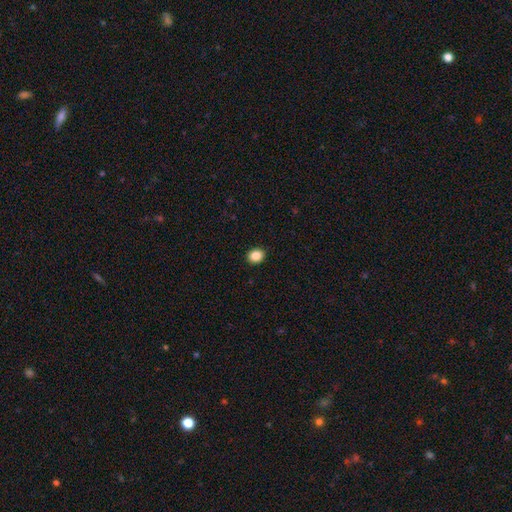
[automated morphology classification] Smooth or featured? smooth (87%)
How rounded? round (59%)
Merging? none (92%)